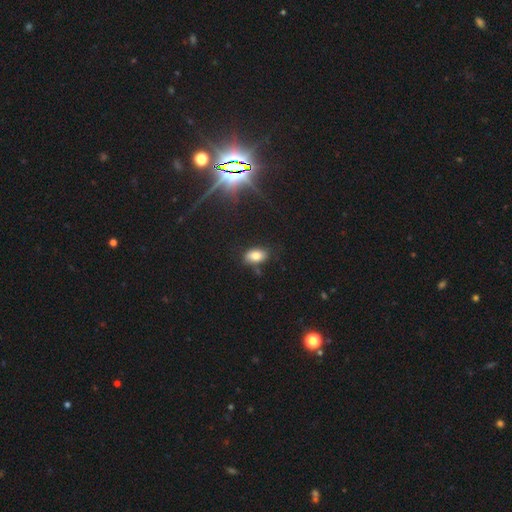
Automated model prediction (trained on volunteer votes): Smooth or featured? Predicted: smooth (p=0.79). How rounded? Predicted: in between (p=0.90). Merging? Predicted: none (p=0.75).